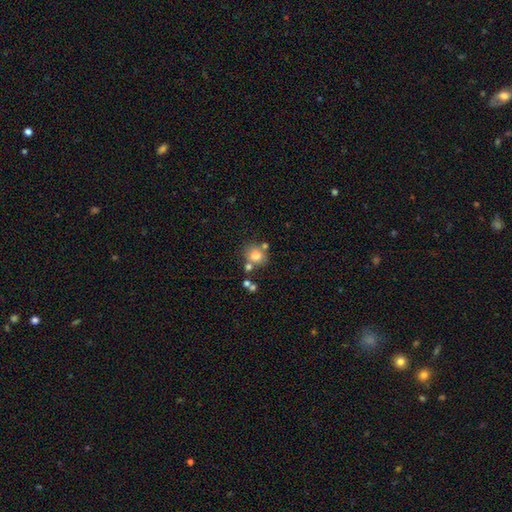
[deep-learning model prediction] smooth 75%, star or artifact 12%, featured or disk 12%. Down the decision tree: how rounded — round (81%); merging — none (66%).